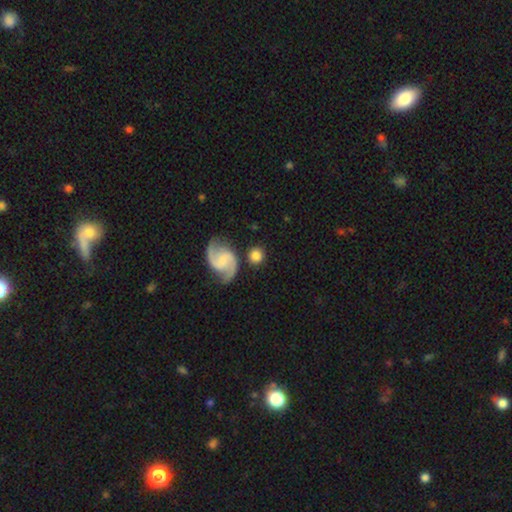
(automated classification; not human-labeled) The model was most divided on "smooth or featured": smooth: 60%, featured or disk: 32%, star or artifact: 7%. More confident: how rounded — round (87%); merging — none (77%).